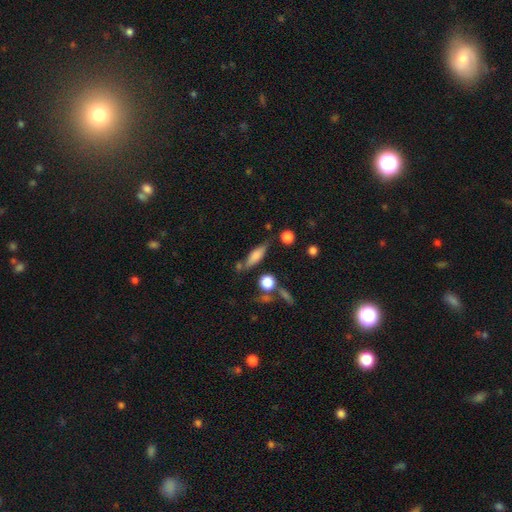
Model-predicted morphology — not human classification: This is likely a smooth galaxy (64%). How rounded: possibly cigar-shaped (52%). Merging: likely none (64%).